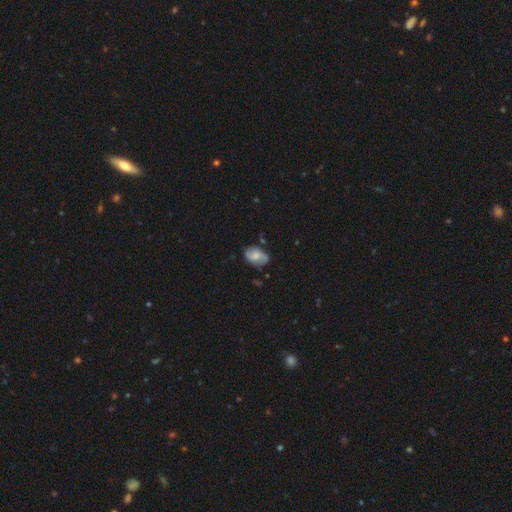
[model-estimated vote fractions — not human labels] Q: Smooth or featured?
A: smooth (54%); runner-up: featured or disk (37%)
Q: How rounded?
A: in between (81%); runner-up: round (17%)
Q: Merging?
A: none (63%); runner-up: minor disturbance (27%)